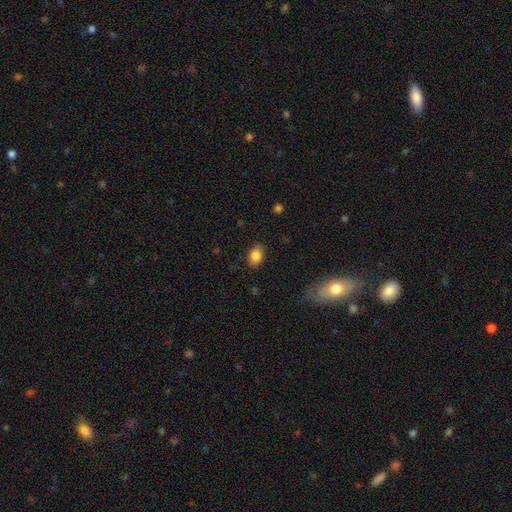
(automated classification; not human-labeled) Morphology: type=smooth (85%); roundness=in between (77%); merging=none (83%).